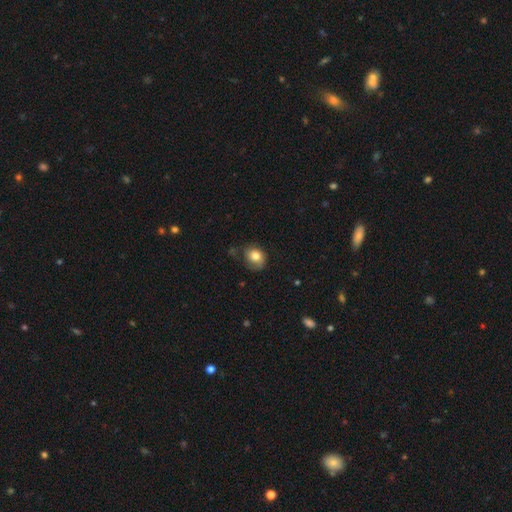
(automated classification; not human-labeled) A smooth galaxy with no disk features (76%) that is round (56%).

Vote fractions:
- Smooth or featured? smooth: 76% / featured or disk: 15% / star or artifact: 9%
- How rounded? round: 56% / in between: 43% / cigar-shaped: 1%
- Merging? none: 52% / minor disturbance: 31% / major disturbance: 14% / merger: 3%